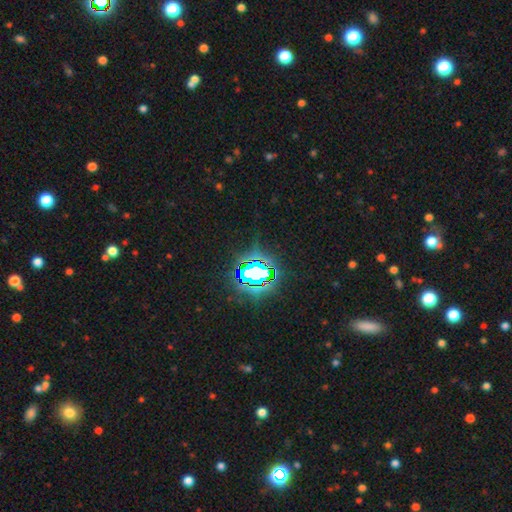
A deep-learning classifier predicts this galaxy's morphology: Smooth or featured: star or artifact — 83% (smooth — 10%)